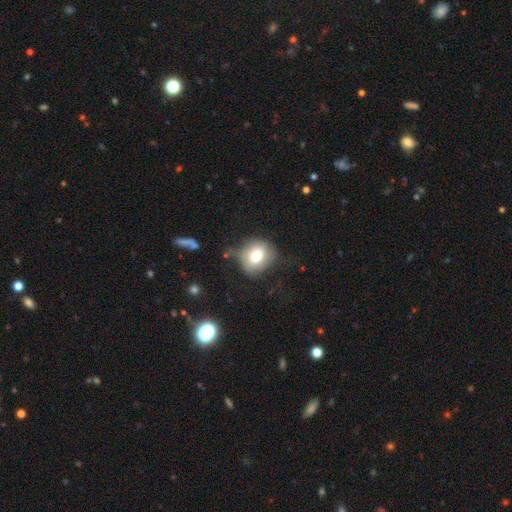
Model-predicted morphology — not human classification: Smooth or featured: smooth — 74% (featured or disk — 16%)
How rounded: round — 73% (in between — 26%)
Merging: none — 56% (minor disturbance — 28%)